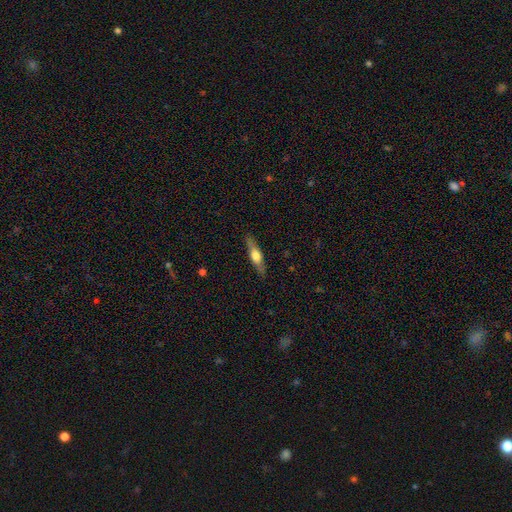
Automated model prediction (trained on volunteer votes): Morphology: type=featured or disk (47%, tied with smooth); merging=none (86%).